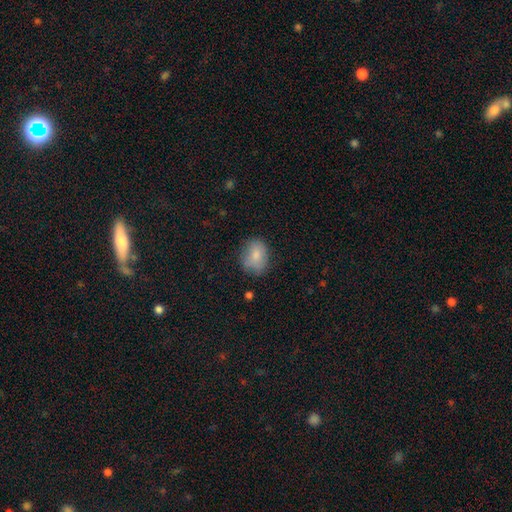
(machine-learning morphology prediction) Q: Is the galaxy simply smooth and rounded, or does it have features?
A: smooth — 81%.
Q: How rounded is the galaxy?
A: in between — 57%.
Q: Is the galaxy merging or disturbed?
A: none — 68%.